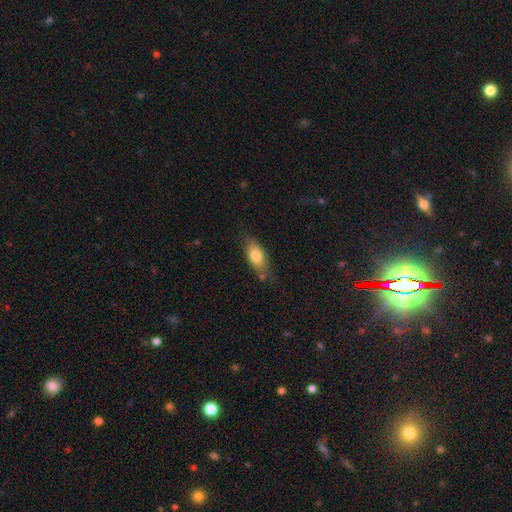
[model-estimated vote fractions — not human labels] smooth_or_featured: smooth (p=0.75) [alt: featured or disk p=0.18]
how_rounded: in between (p=0.83) [alt: cigar-shaped p=0.12]
merging: none (p=0.66) [alt: minor disturbance p=0.23]